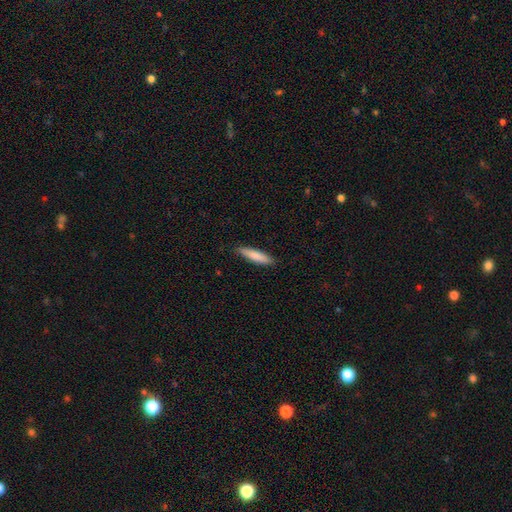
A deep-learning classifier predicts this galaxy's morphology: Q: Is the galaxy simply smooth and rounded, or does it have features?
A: smooth — 82%.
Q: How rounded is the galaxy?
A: cigar-shaped — 80%.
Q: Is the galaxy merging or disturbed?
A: none — 88%.